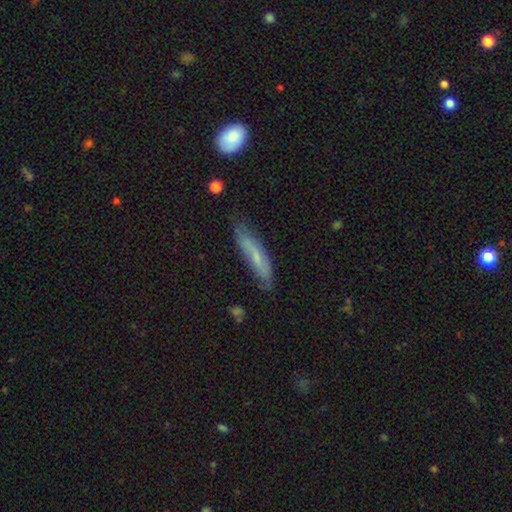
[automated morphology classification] smooth 55%, featured or disk 38%, star or artifact 7%. Down the decision tree: how rounded — cigar-shaped (80%); merging — none (66%).